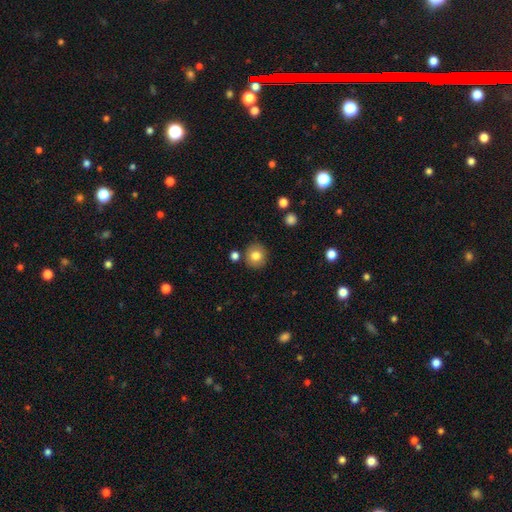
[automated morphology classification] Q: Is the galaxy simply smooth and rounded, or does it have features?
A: smooth — 80%.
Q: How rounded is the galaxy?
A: round — 90%.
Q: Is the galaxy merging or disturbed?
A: none — 85%.